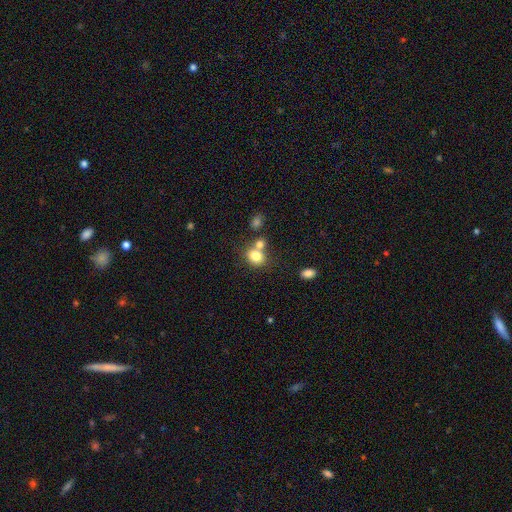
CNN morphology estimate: A smooth galaxy with no disk features (79%) that is round (64%).

Vote fractions:
- Smooth or featured? smooth: 79% / star or artifact: 11% / featured or disk: 10%
- How rounded? round: 64% / in between: 35% / cigar-shaped: 1%
- Merging? none: 47% / merger: 39% / minor disturbance: 10% / major disturbance: 4%